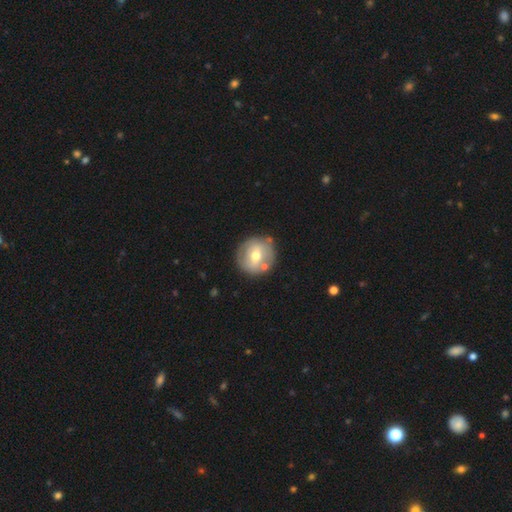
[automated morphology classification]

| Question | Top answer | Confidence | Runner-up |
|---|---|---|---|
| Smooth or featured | smooth | 51% | featured or disk (42%) |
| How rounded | round | 91% | in between (8%) |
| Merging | none | 77% | minor disturbance (12%) |